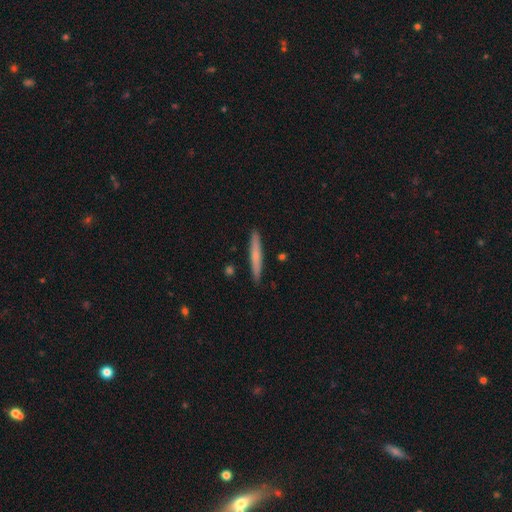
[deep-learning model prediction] The model was most divided on "smooth or featured": smooth: 60%, featured or disk: 34%, star or artifact: 6%. More confident: how rounded — cigar-shaped (96%); merging — none (90%).